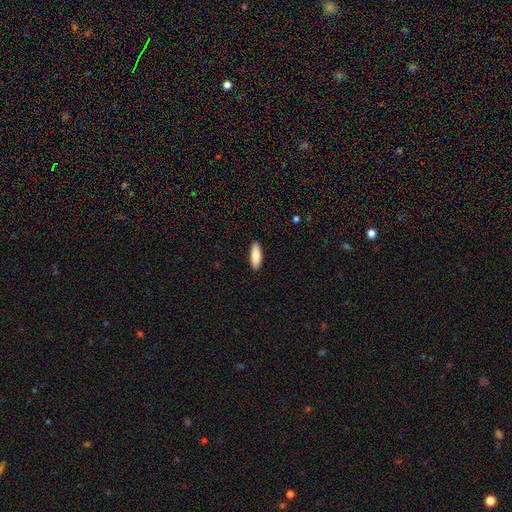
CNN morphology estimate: Smooth or featured?
  - smooth: 86% *
  - featured or disk: 8%
  - star or artifact: 6%
How rounded?
  - in between: 60% *
  - cigar-shaped: 39%
  - round: 2%
Merging?
  - none: 90% *
  - minor disturbance: 7%
  - major disturbance: 2%
  - merger: 1%